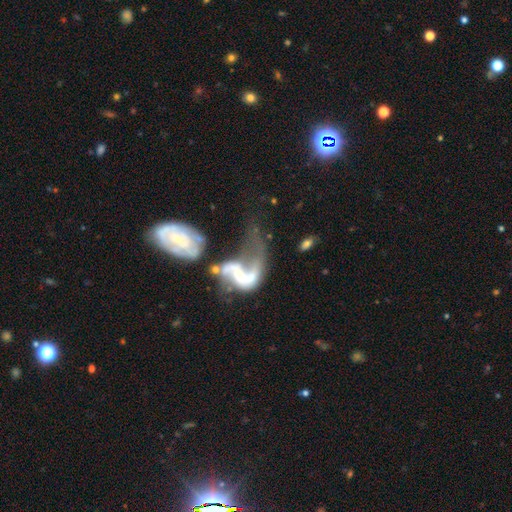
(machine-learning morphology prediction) A featured or disk galaxy (74%) with no bar (50%), 2 (55%) loose (70%) spiral arms (79%) and a small central bulge (41%). Merging: merger (59%).